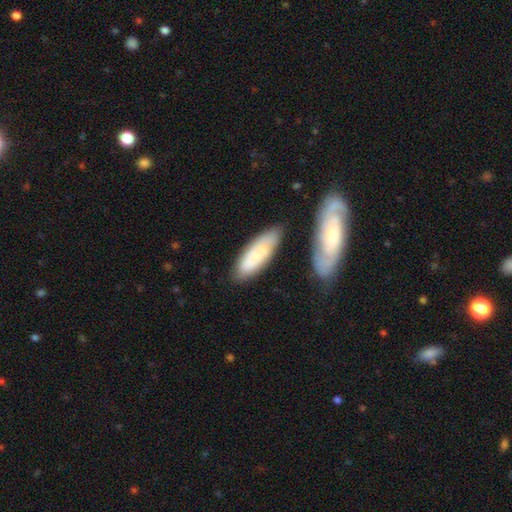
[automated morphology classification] Smooth or featured?
  - smooth: 61% *
  - featured or disk: 32%
  - star or artifact: 7%
How rounded?
  - in between: 61% *
  - cigar-shaped: 37%
  - round: 2%
Merging?
  - none: 69% *
  - minor disturbance: 17%
  - merger: 10%
  - major disturbance: 4%